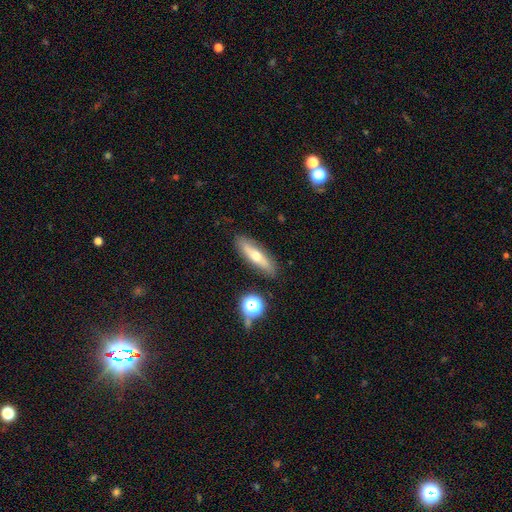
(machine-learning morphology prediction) A smooth galaxy with no disk features (47%). Merging: none (86%).